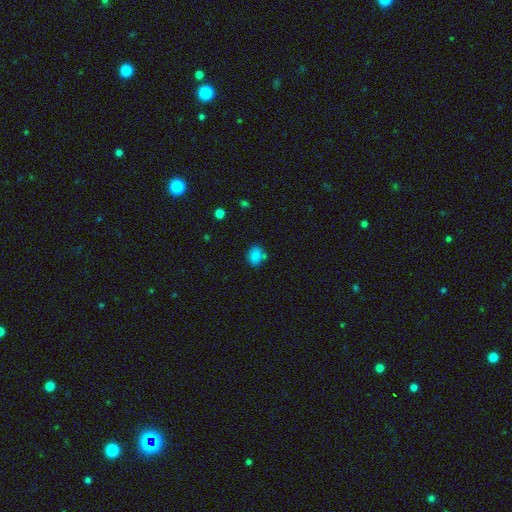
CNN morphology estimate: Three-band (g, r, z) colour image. It shows a smooth galaxy with no disk features (84%) that is in between round and cigar-shaped (57%). Merging: none (71%).